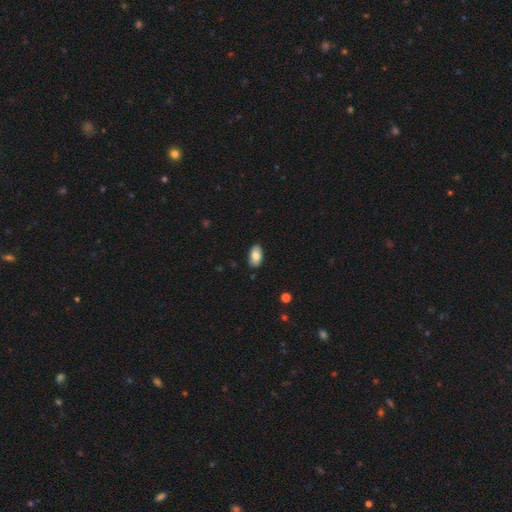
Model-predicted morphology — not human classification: This appears to be a smooth galaxy with no disk features (79%) that is in between round and cigar-shaped (94%). Merging: none (87%).